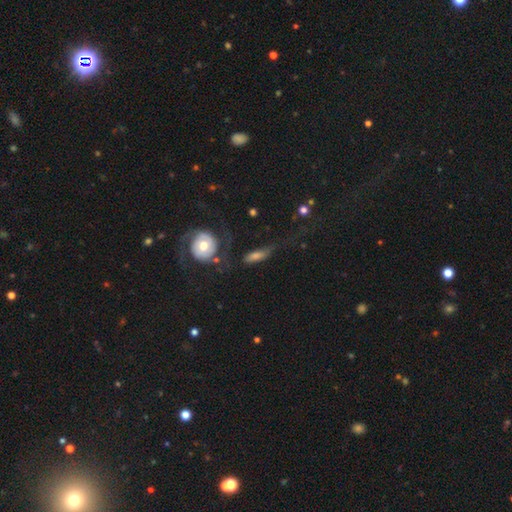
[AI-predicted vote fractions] Smooth or featured: featured or disk — 48% (smooth — 41%)
Merging: none — 43% (major disturbance — 31%)